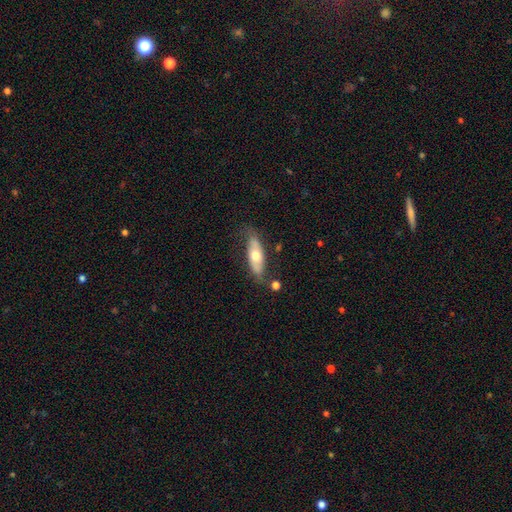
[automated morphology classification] This appears to be a smooth galaxy with no disk features (52%) that is in between round and cigar-shaped (66%). Merging: none (67%).